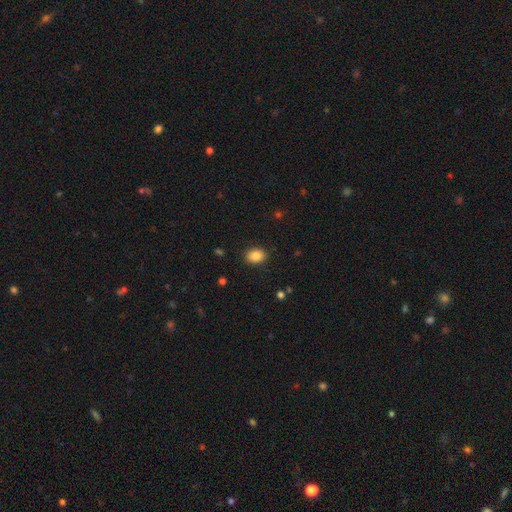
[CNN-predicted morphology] Smooth or featured? Predicted: smooth (p=0.87). How rounded? Predicted: in between (p=0.66). Merging? Predicted: none (p=0.88).